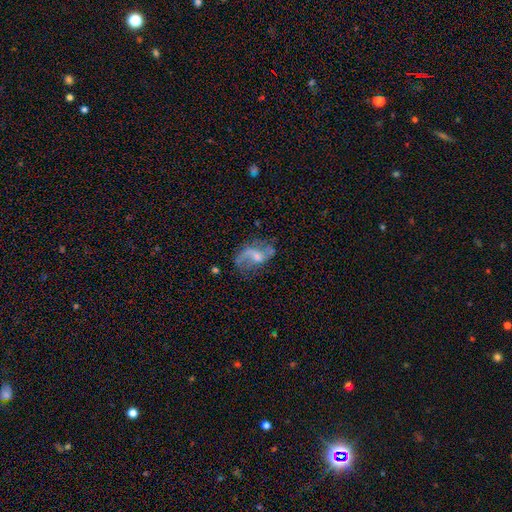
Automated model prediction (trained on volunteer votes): Smooth or featured: featured or disk — 74% (smooth — 16%)
Edge-on disk: no — 97% (yes — 3%)
Bar: no — 44% (tied with weak — 44%)
Spiral arms: yes — 84% (no — 16%)
Spiral winding: loose — 67% (medium — 26%)
Spiral arm count: 2 — 74% (1 — 15%)
Bulge size: small — 42% (moderate — 37%)
Merging: none — 50% (major disturbance — 24%)